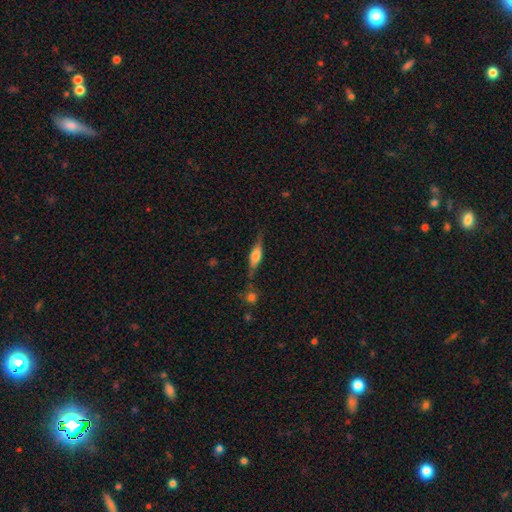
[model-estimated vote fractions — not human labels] Smooth or featured?
  - featured or disk: 56% *
  - smooth: 37%
  - star or artifact: 7%
Edge-on disk?
  - yes: 92% *
  - no: 8%
Edge-on bulge?
  - rounded: 81% *
  - boxy: 15%
  - none: 4%
Merging?
  - none: 72% *
  - minor disturbance: 17%
  - merger: 6%
  - major disturbance: 6%